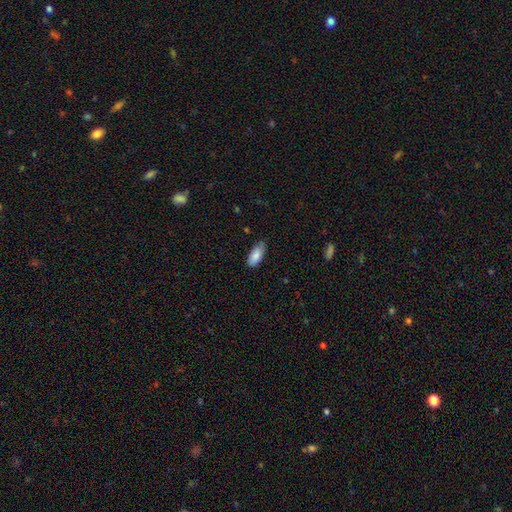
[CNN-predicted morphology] Smooth or featured? smooth (85%)
How rounded? in between (86%)
Merging? none (71%)